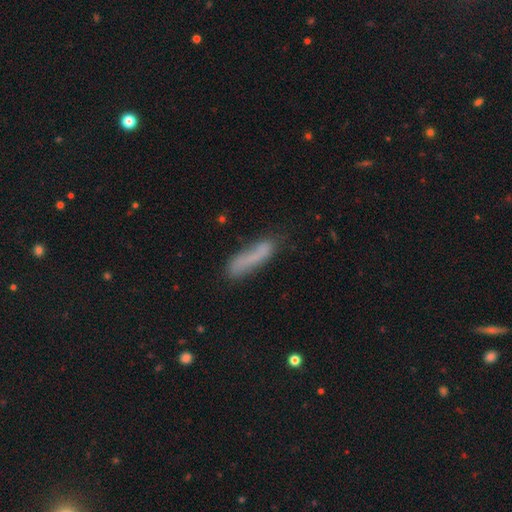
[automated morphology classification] Smooth or featured? Predicted: smooth (p=0.68). How rounded? Predicted: cigar-shaped (p=0.75). Merging? Predicted: none (p=0.58).